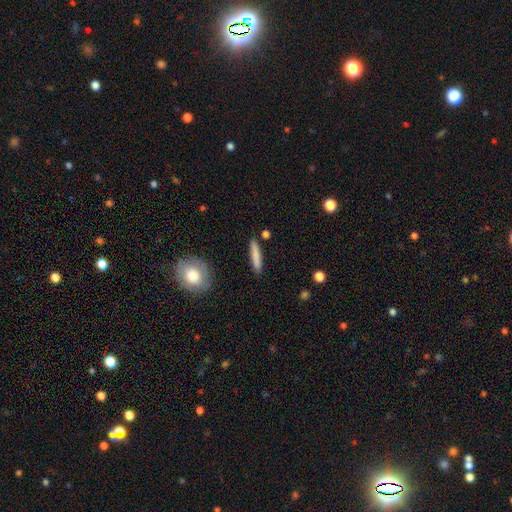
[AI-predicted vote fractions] Morphology: type=smooth (80%); roundness=cigar-shaped (88%); merging=none (88%).